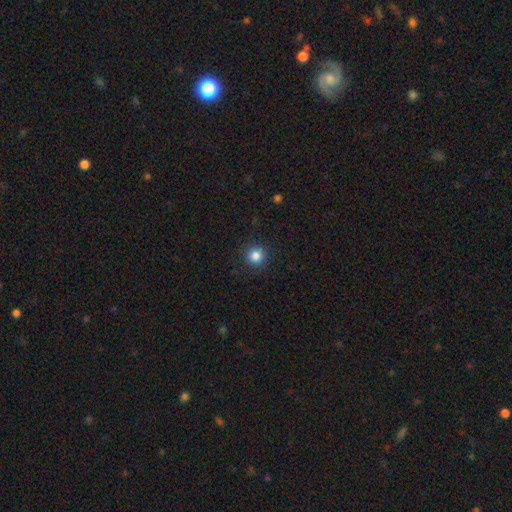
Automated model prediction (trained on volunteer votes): This appears to be a smooth galaxy with no disk features (85%) that is round (94%). Merging: none (91%).